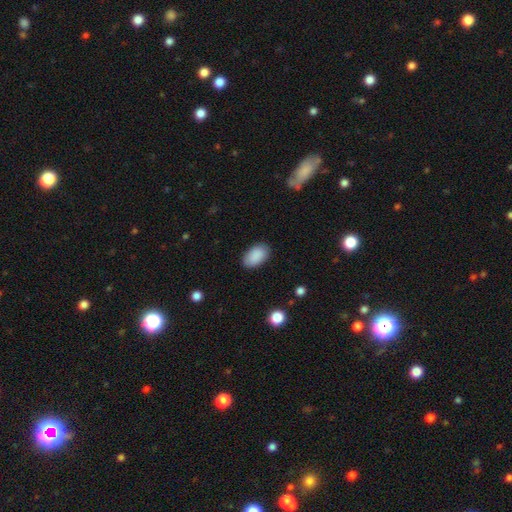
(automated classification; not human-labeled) This appears to be a smooth galaxy with no disk features (90%) that is in between round and cigar-shaped (94%). Merging: none (87%).